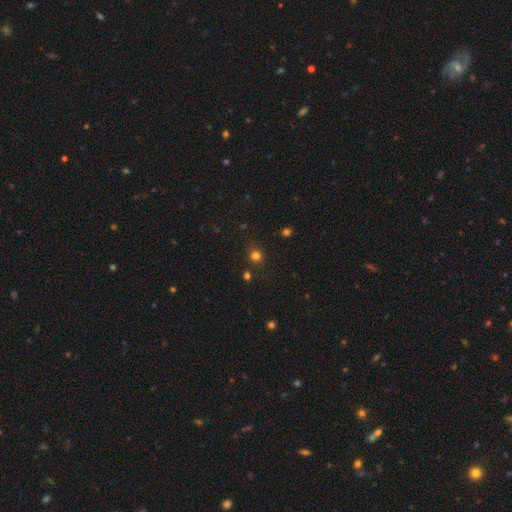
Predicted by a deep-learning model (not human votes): A smooth galaxy with no disk features (73%) that is round (86%). Merging: none (79%).